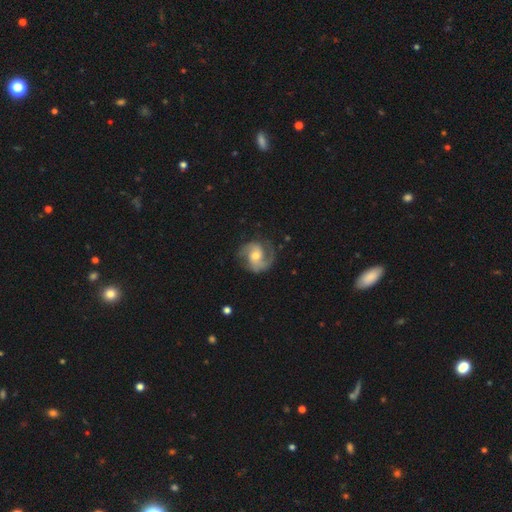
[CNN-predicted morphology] Smooth or featured?
  - featured or disk: 84% *
  - smooth: 11%
  - star or artifact: 5%
Edge-on disk?
  - no: 98% *
  - yes: 2%
Bar?
  - no: 49% *
  - weak: 40%
  - strong: 11%
Spiral arms?
  - yes: 96% *
  - no: 4%
Spiral winding?
  - medium: 52% *
  - tight: 25%
  - loose: 22%
Spiral arm count?
  - 2: 85% *
  - 1: 5%
  - can't tell: 4%
  - 3: 3%
  - 4: 1%
  - more than 4: 1%
Bulge size?
  - moderate: 62% *
  - small: 29%
  - large: 6%
  - none: 2%
  - dominant: 1%
Merging?
  - none: 74% *
  - minor disturbance: 16%
  - major disturbance: 8%
  - merger: 1%